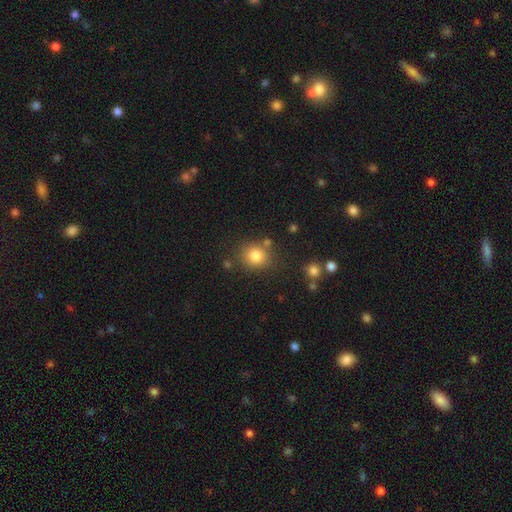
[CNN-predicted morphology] The model was most divided on "how rounded": round: 82%, in between: 17%, cigar-shaped: 1%. More confident: smooth or featured — smooth (82%); merging — none (79%).